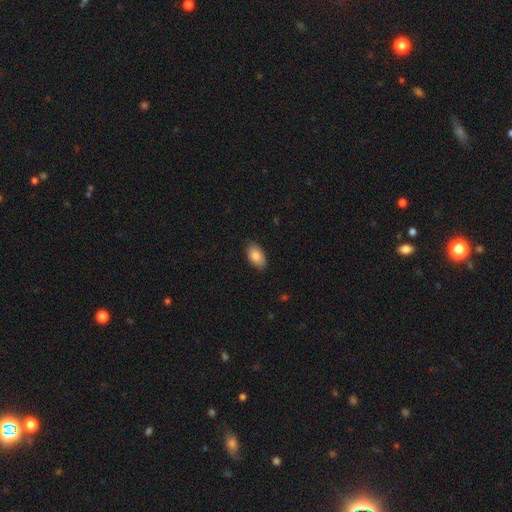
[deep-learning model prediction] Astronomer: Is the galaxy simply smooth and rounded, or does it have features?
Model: smooth — 84%.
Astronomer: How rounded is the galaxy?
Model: in between — 94%.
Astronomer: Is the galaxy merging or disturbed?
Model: none — 83%.